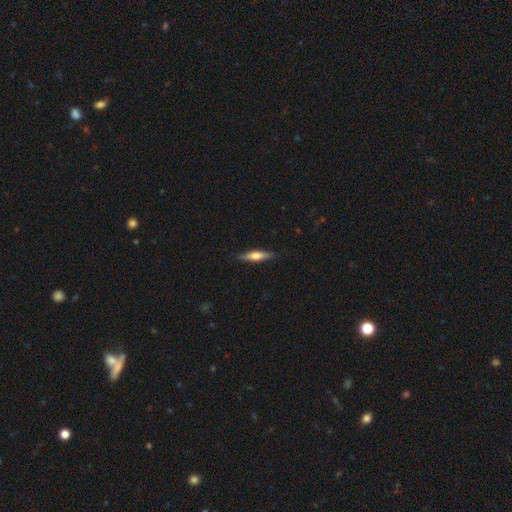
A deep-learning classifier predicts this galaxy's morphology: The model was most divided on "smooth or featured": smooth: 48%, featured or disk: 46%, star or artifact: 6%. More confident: merging — none (87%).